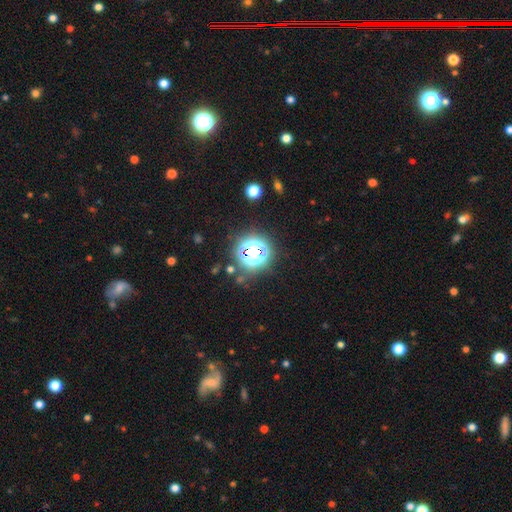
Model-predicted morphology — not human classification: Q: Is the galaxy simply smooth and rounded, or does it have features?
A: star or artifact — 77%.